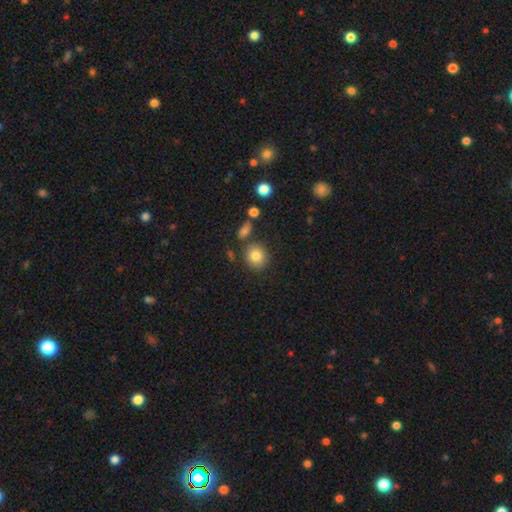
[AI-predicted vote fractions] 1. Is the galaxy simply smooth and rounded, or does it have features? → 83% smooth, 10% star or artifact, 8% featured or disk.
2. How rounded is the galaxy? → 85% round, 14% in between, 1% cigar-shaped.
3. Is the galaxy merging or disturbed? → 79% none, 11% minor disturbance, 7% merger, 3% major disturbance.